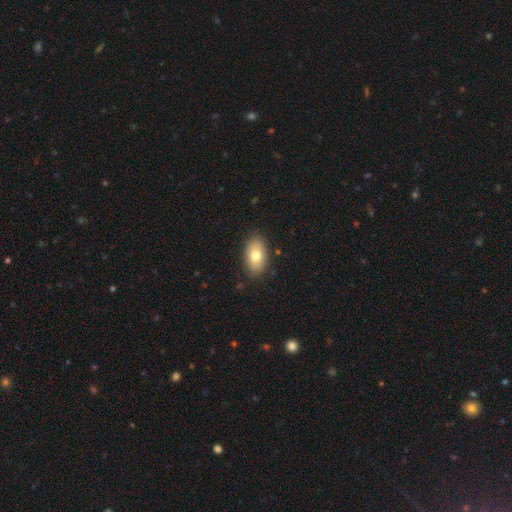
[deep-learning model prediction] Smooth or featured? Predicted: smooth (p=0.76). How rounded? Predicted: in between (p=0.91). Merging? Predicted: none (p=0.86).